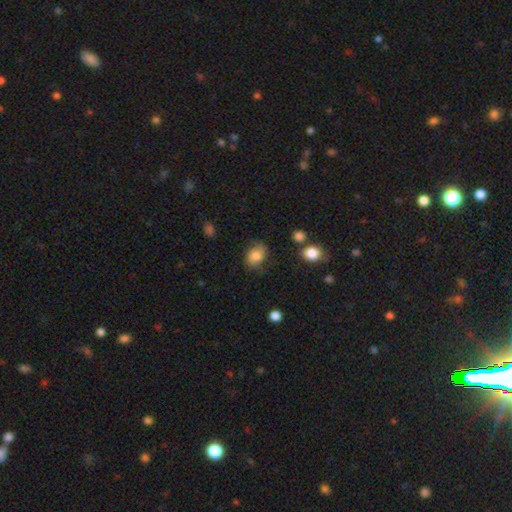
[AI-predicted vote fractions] smooth_or_featured: smooth (p=0.73) [alt: featured or disk p=0.18]
how_rounded: in between (p=0.62) [alt: round p=0.37]
merging: none (p=0.67) [alt: minor disturbance p=0.23]